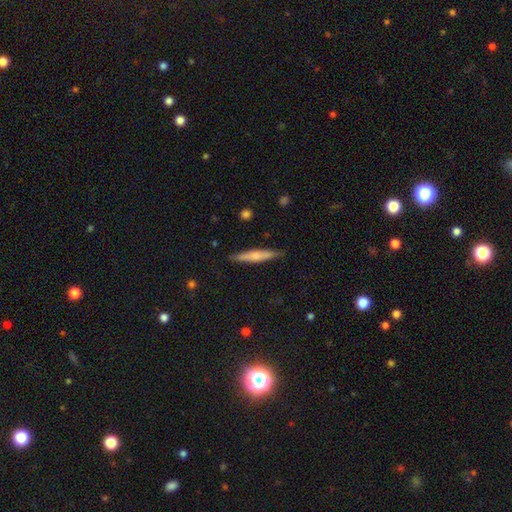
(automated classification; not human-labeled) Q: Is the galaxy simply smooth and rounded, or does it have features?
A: smooth — 55%.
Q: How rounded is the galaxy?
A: cigar-shaped — 91%.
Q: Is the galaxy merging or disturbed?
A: none — 86%.